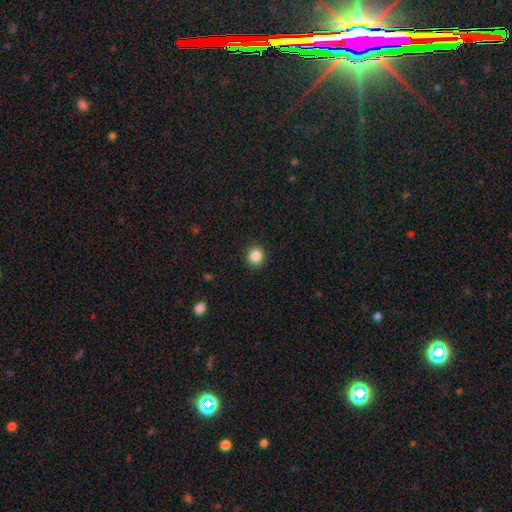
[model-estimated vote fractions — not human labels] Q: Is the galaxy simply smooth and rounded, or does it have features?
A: smooth — 86%.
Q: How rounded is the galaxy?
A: round — 88%.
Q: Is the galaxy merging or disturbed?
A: none — 92%.